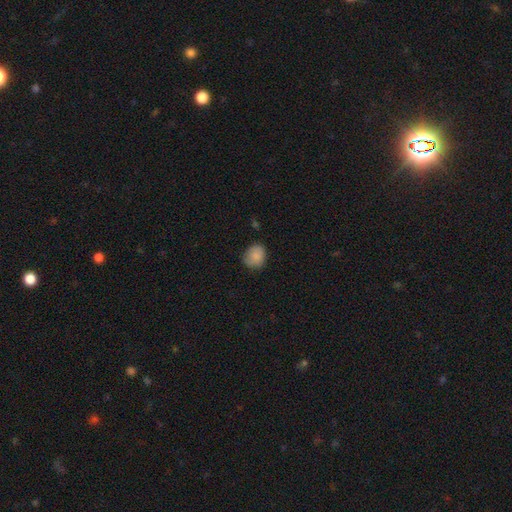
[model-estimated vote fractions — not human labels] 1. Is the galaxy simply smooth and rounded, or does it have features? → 86% smooth, 8% star or artifact, 6% featured or disk.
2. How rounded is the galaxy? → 68% round, 31% in between, 1% cigar-shaped.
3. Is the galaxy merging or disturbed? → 71% none, 23% minor disturbance, 4% major disturbance, 1% merger.